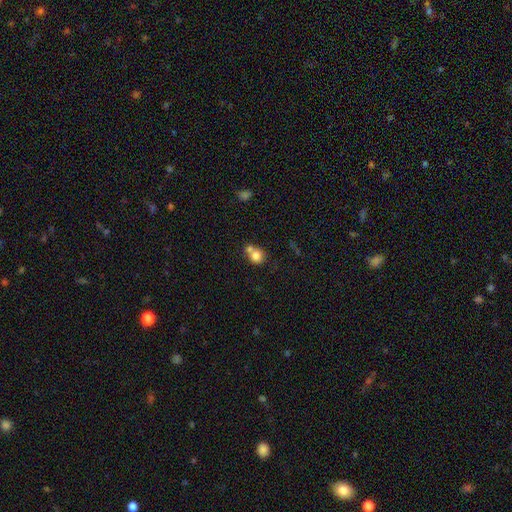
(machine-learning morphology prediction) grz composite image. It shows a smooth galaxy with no disk features (78%) that is round (78%). Merging: merger (51%).